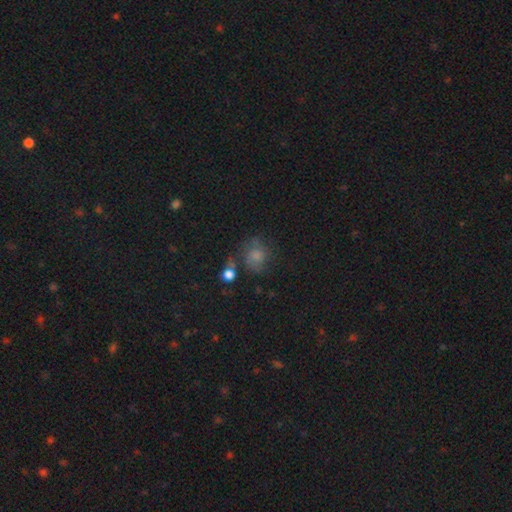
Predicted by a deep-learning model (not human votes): Morphology: type=smooth (65%); roundness=round (74%); merging=none (48%).